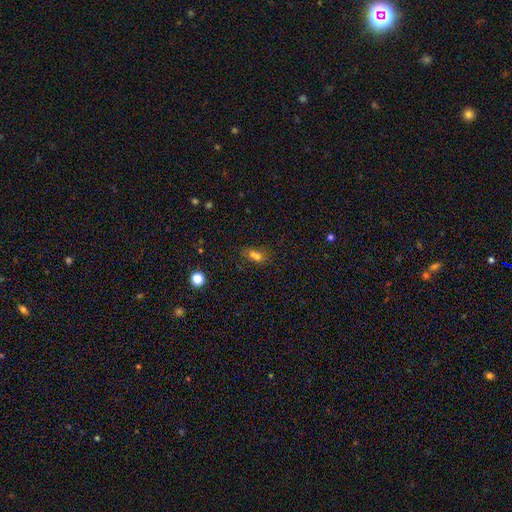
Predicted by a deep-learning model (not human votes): This is likely a smooth galaxy (61%). How rounded: likely in between (60%). Merging: marginally none (45%).